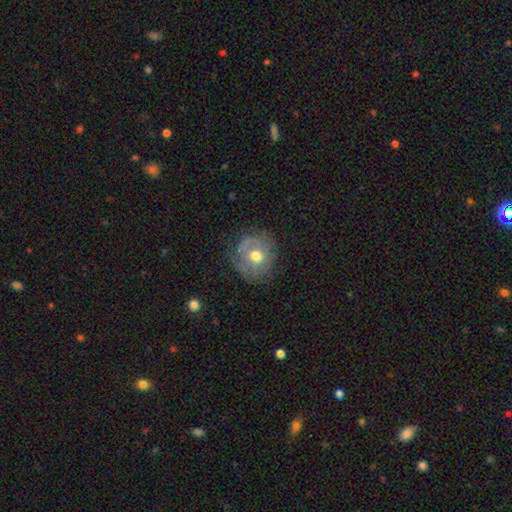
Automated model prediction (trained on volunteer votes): Q: Smooth or featured?
A: featured or disk (47%); runner-up: smooth (44%)
Q: Merging?
A: none (67%); runner-up: minor disturbance (21%)